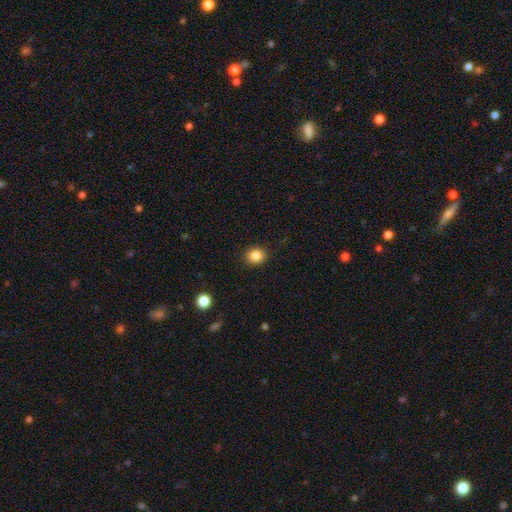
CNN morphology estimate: This appears to be a smooth galaxy with no disk features (86%) that is round (73%). Merging: none (90%).